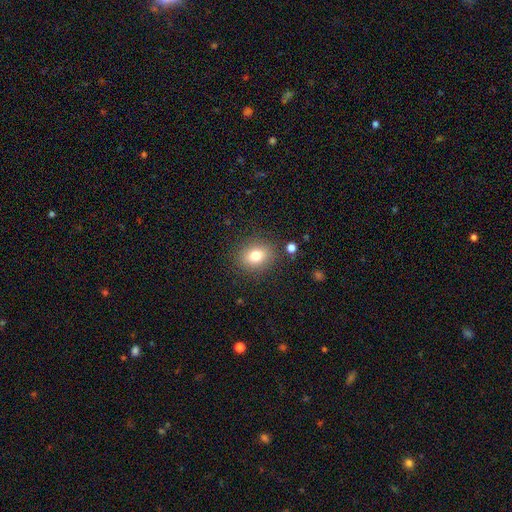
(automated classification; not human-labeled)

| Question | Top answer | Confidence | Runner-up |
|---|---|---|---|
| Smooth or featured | smooth | 78% | star or artifact (11%) |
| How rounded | round | 52% | in between (47%) |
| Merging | none | 85% | minor disturbance (9%) |